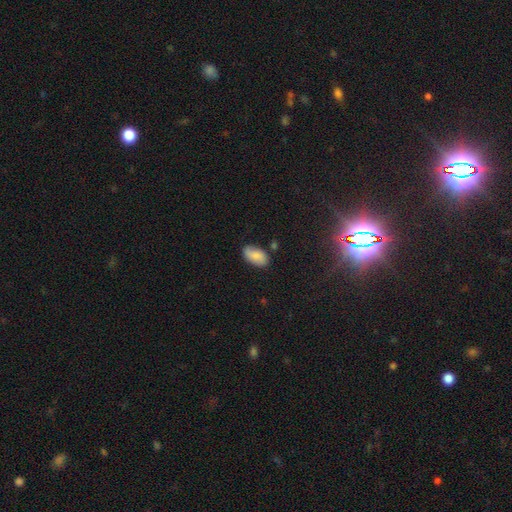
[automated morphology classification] smooth_or_featured: smooth (p=0.81) [alt: featured or disk p=0.12]
how_rounded: in between (p=0.94) [alt: round p=0.04]
merging: none (p=0.79) [alt: minor disturbance p=0.16]